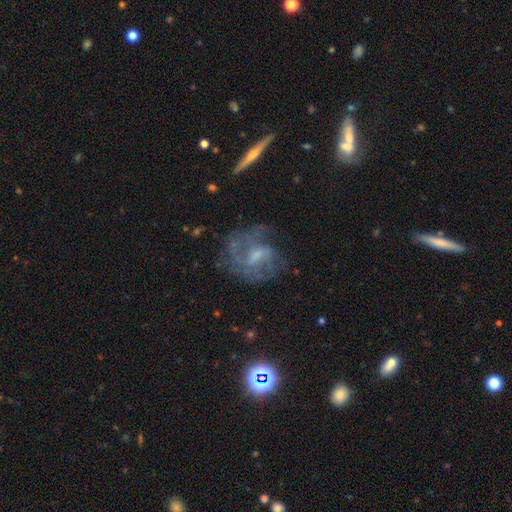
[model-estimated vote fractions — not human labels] A featured or disk galaxy (73%) with a weak bar (52%), medium (44%) spiral arms (77%) and a small central bulge (42%). Merging: none (55%).